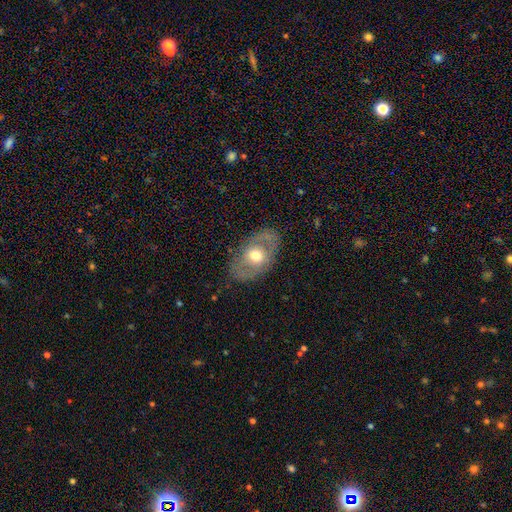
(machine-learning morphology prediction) Smooth or featured: featured or disk — 53% (smooth — 41%)
Edge-on disk: no — 89% (yes — 11%)
Merging: none — 79% (minor disturbance — 14%)